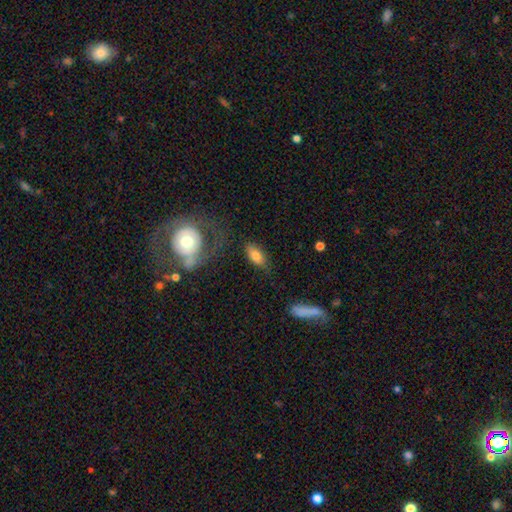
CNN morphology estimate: smooth-or-featured: smooth: 75% | featured or disk: 17% | star or artifact: 8%
  how-rounded: in between: 87% | cigar-shaped: 8% | round: 4%
  merging: none: 68% | minor disturbance: 17% | major disturbance: 10% | merger: 5%